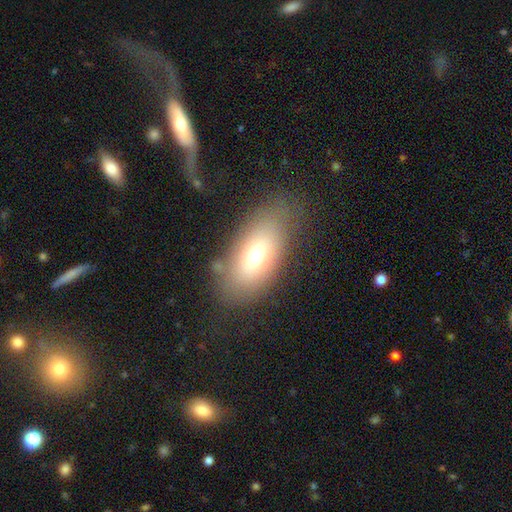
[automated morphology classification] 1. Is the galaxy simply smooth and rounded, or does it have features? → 68% smooth, 21% featured or disk, 10% star or artifact.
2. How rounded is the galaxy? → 89% in between, 7% round, 5% cigar-shaped.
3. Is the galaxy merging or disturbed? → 71% none, 16% minor disturbance, 9% major disturbance, 3% merger.